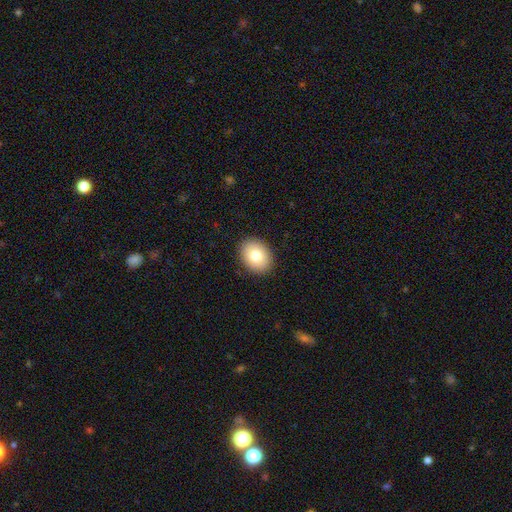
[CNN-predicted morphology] A smooth galaxy with no disk features (81%) that is in between round and cigar-shaped (61%). Merging: none (90%).